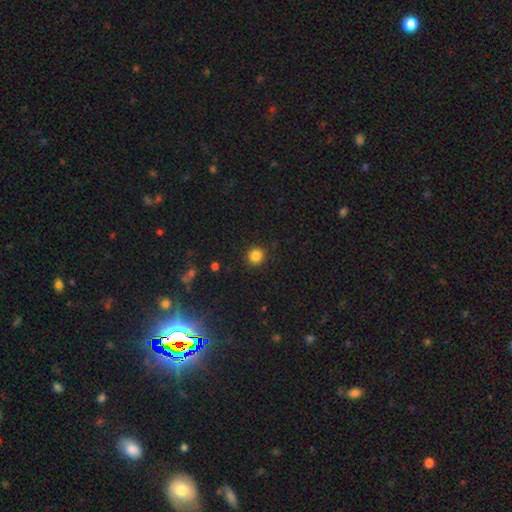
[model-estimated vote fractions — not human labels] This appears to be a smooth galaxy with no disk features (85%) that is round (92%). Merging: none (91%).